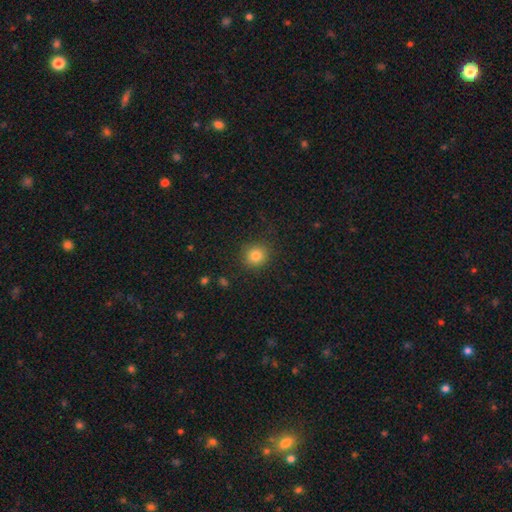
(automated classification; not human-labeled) Overall: smooth (82%). How rounded: round (87%). Merging: none (87%).